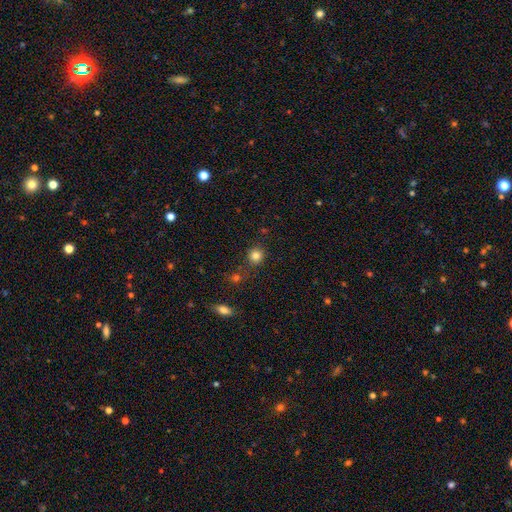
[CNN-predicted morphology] Smooth or featured? smooth (83%)
How rounded? round (89%)
Merging? none (79%)